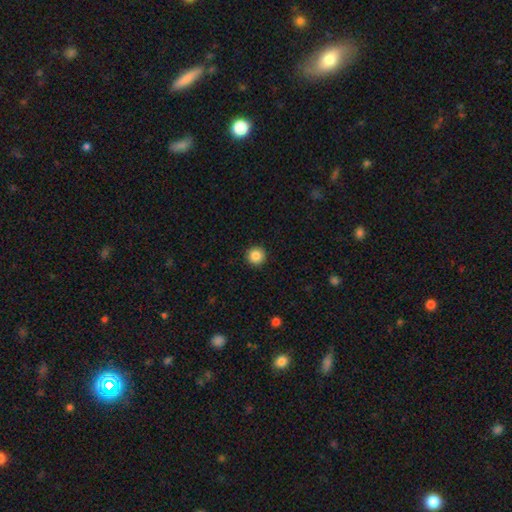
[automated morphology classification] smooth_or_featured: smooth (p=0.86) [alt: star or artifact p=0.10]
how_rounded: round (p=0.96) [alt: in between p=0.03]
merging: none (p=0.93) [alt: minor disturbance p=0.04]